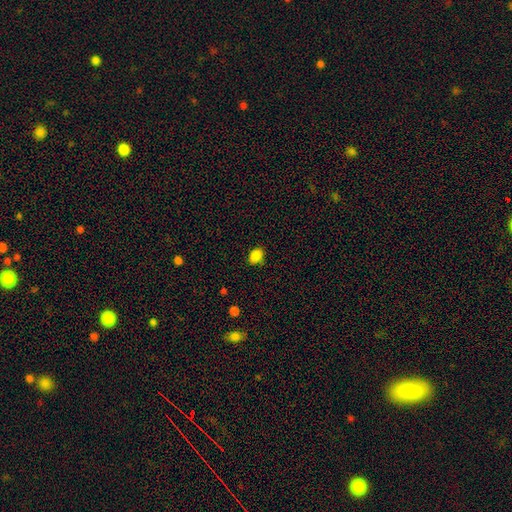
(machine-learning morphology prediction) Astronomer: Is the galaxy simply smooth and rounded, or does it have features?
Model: smooth — 86%.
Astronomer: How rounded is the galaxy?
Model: in between — 70%.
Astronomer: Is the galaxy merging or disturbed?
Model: none — 81%.